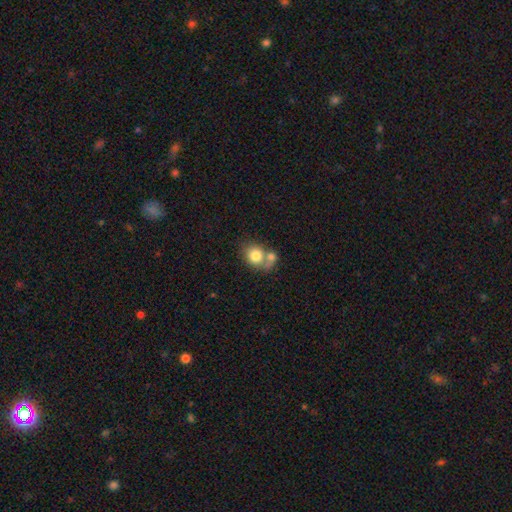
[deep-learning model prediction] smooth 78%, featured or disk 13%, star or artifact 8%. Down the decision tree: how rounded — round (68%); merging — merger (50%).